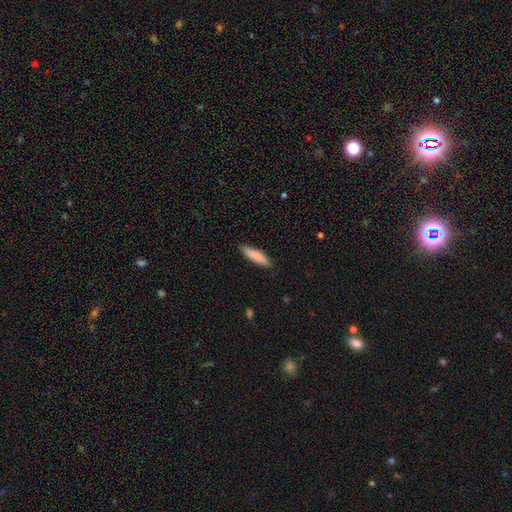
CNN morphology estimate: A smooth galaxy with no disk features (85%) that is cigar-shaped (77%).

Vote fractions:
- Smooth or featured? smooth: 85% / featured or disk: 9% / star or artifact: 6%
- How rounded? cigar-shaped: 77% / in between: 22% / round: 1%
- Merging? none: 87% / minor disturbance: 10% / major disturbance: 2% / merger: 1%